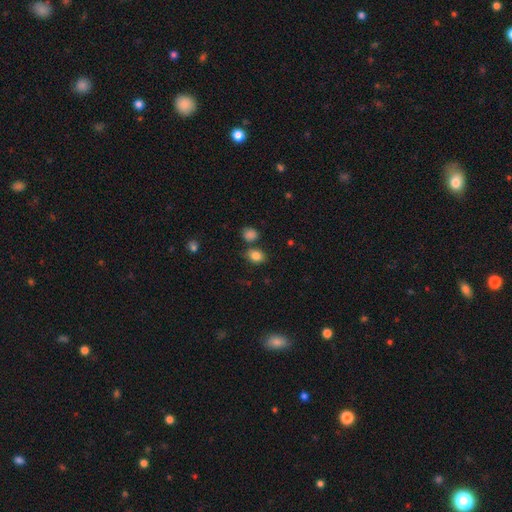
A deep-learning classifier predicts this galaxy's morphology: smooth 84%, star or artifact 11%, featured or disk 5%. Down the decision tree: how rounded — in between (61%); merging — none (70%).